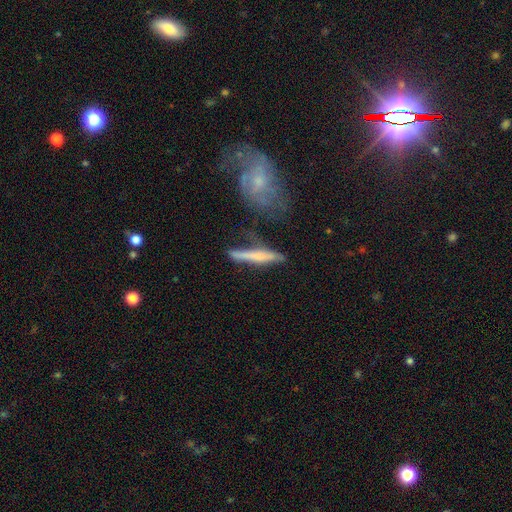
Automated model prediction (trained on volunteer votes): Morphology: type=smooth (46%, tied with featured or disk); merging=none (60%).